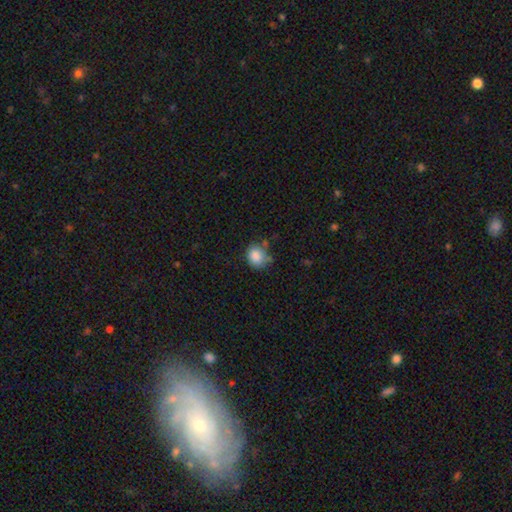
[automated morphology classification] The model was most divided on "merging": none: 62%, minor disturbance: 25%, merger: 7%, major disturbance: 7%. More confident: smooth or featured — smooth (85%); how rounded — round (68%).